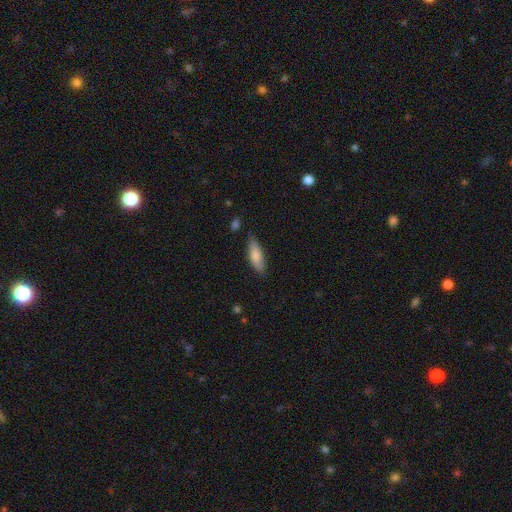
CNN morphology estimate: Q: Smooth or featured?
A: smooth (79%); runner-up: featured or disk (15%)
Q: How rounded?
A: in between (60%); runner-up: cigar-shaped (38%)
Q: Merging?
A: none (71%); runner-up: minor disturbance (23%)